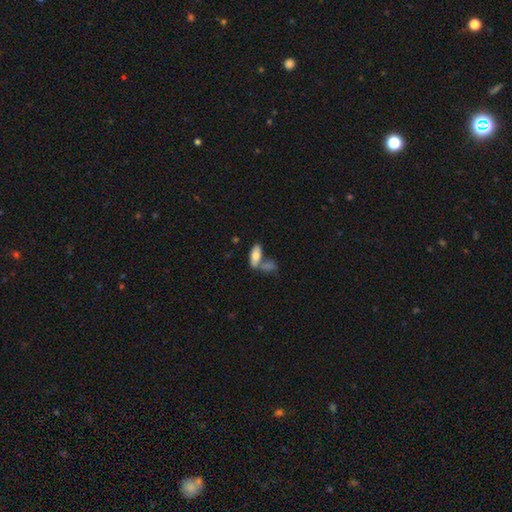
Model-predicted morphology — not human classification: type=smooth (71%); roundness=in between (81%); merging=none (47%).